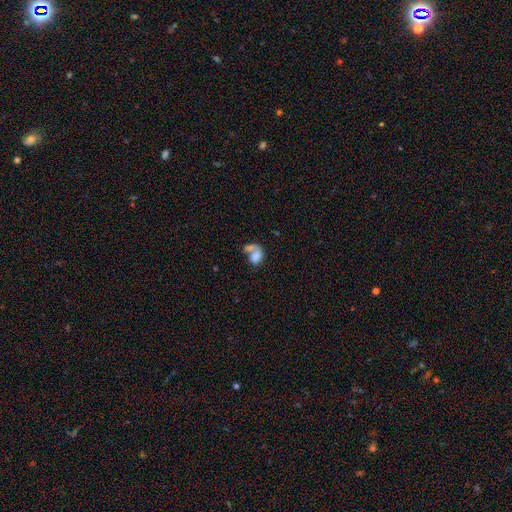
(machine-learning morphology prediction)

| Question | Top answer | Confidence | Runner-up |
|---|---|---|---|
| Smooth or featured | smooth | 64% | featured or disk (26%) |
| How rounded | in between | 76% | round (22%) |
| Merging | merger | 53% | none (20%) |